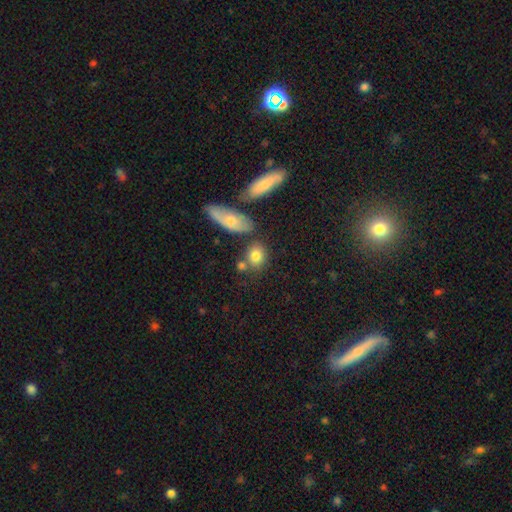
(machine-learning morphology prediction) smooth_or_featured: smooth (p=0.79) [alt: featured or disk p=0.13]
how_rounded: round (p=0.48) [tied with: in between p=0.48]
merging: none (p=0.66) [alt: merger p=0.15]